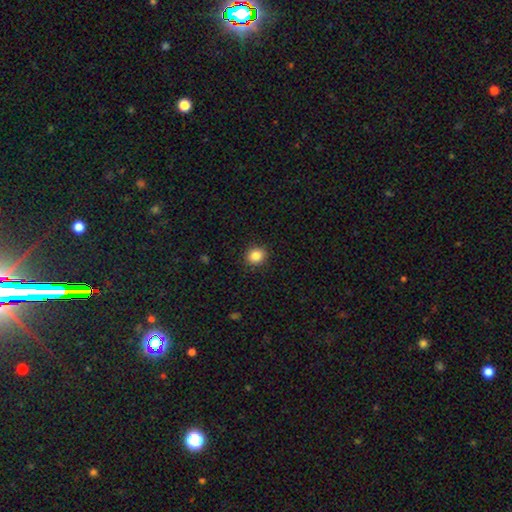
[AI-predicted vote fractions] A smooth galaxy with no disk features (86%) that is round (78%). Merging: none (90%).